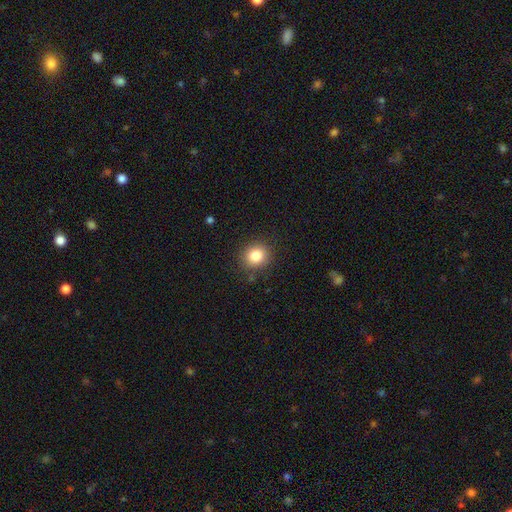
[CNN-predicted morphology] type=smooth (83%); roundness=round (81%); merging=none (87%).